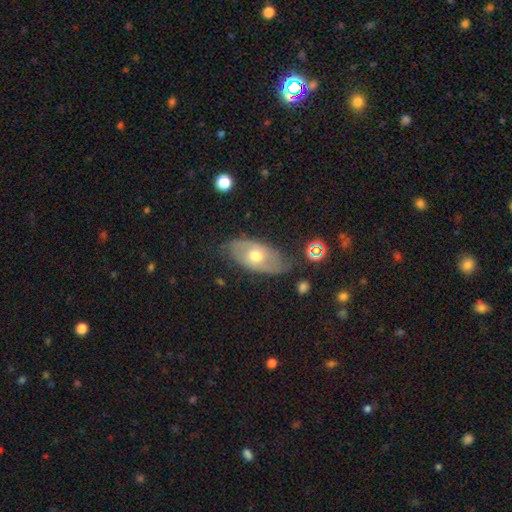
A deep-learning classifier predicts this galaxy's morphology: The model was most divided on "smooth or featured": featured or disk: 50%, smooth: 42%, star or artifact: 7%. More confident: edge-on disk — no (86%); merging — none (65%).